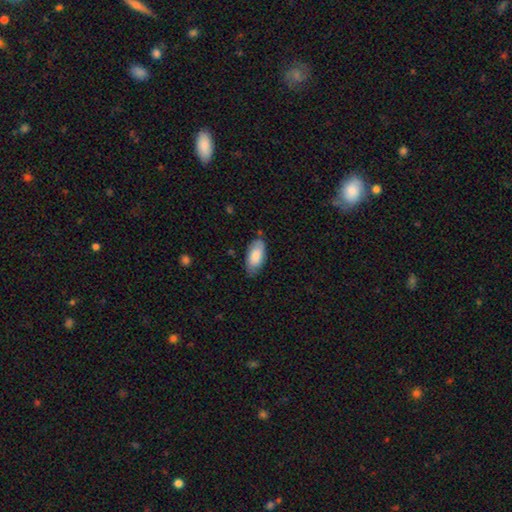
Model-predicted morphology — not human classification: Q: Smooth or featured?
A: smooth (77%); runner-up: featured or disk (17%)
Q: How rounded?
A: in between (93%); runner-up: cigar-shaped (5%)
Q: Merging?
A: none (74%); runner-up: minor disturbance (21%)